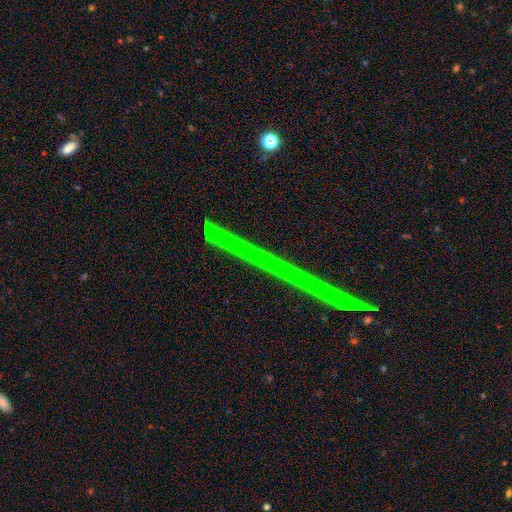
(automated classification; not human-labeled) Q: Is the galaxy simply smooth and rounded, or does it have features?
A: featured or disk — 44%.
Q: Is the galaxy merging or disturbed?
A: none — 91%.